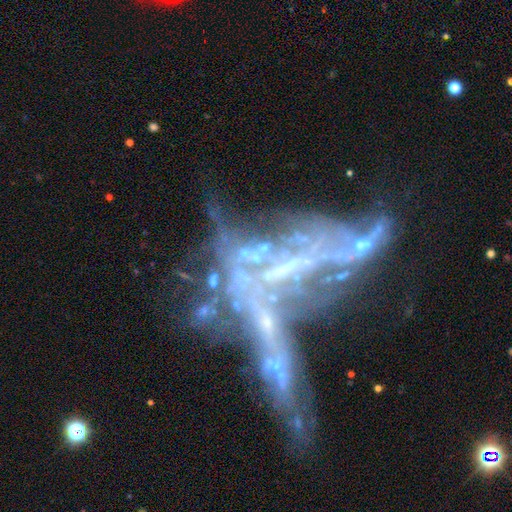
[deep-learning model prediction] smooth-or-featured: featured or disk: 63% | star or artifact: 25% | smooth: 12%
  disk-edge-on: no: 86% | yes: 14%
    bar: no: 63% | strong: 20% | weak: 18%
    has-spiral-arms: no: 70% | yes: 30%
    bulge-size: none: 66% | small: 19% | moderate: 11% | large: 2% | dominant: 2%
  merging: merger: 38% | major disturbance: 32% | none: 20% | minor disturbance: 11%